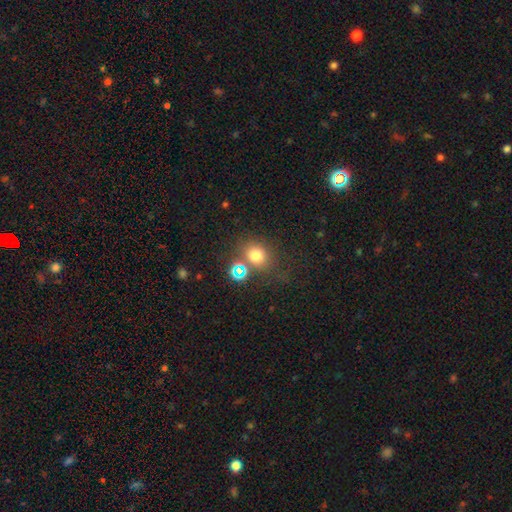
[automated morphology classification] A smooth galaxy with no disk features (72%) that is round (70%).

Vote fractions:
- Smooth or featured? smooth: 72% / star or artifact: 20% / featured or disk: 9%
- How rounded? round: 70% / in between: 29% / cigar-shaped: 1%
- Merging? none: 64% / merger: 16% / minor disturbance: 12% / major disturbance: 7%